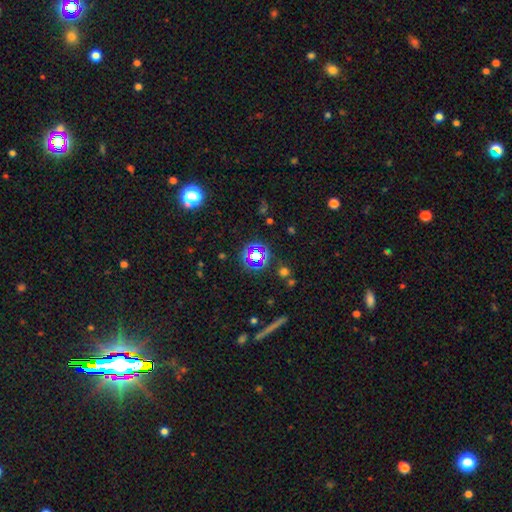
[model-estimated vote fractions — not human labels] This is likely a star or artifact rather than a galaxy (60%).